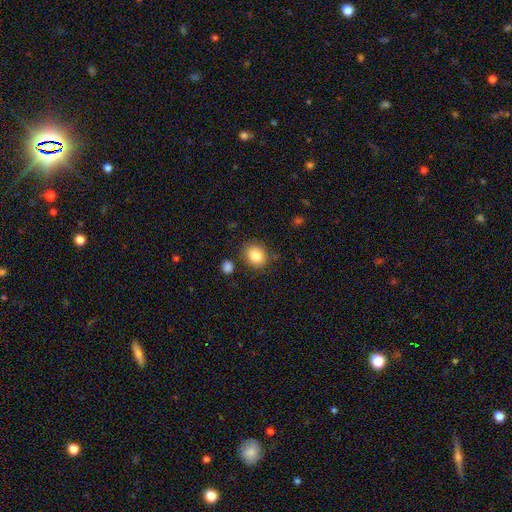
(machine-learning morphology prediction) smooth-or-featured: smooth: 86% | star or artifact: 9% | featured or disk: 6%
  how-rounded: round: 61% | in between: 38% | cigar-shaped: 1%
  merging: none: 80% | minor disturbance: 12% | merger: 5% | major disturbance: 4%